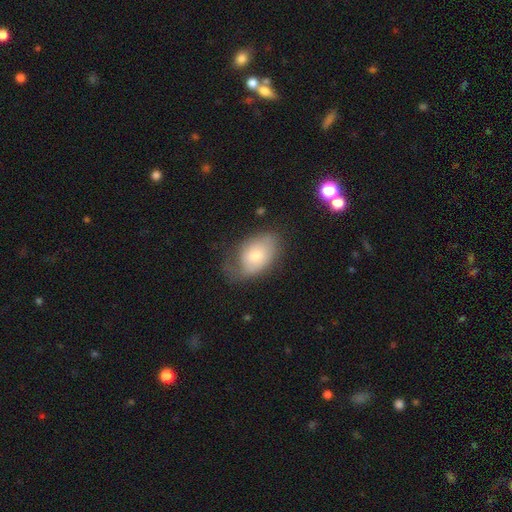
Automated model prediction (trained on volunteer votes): smooth_or_featured: smooth (p=0.61) [alt: featured or disk p=0.32]
how_rounded: in between (p=0.88) [alt: round p=0.11]
merging: none (p=0.48) [alt: minor disturbance p=0.33]